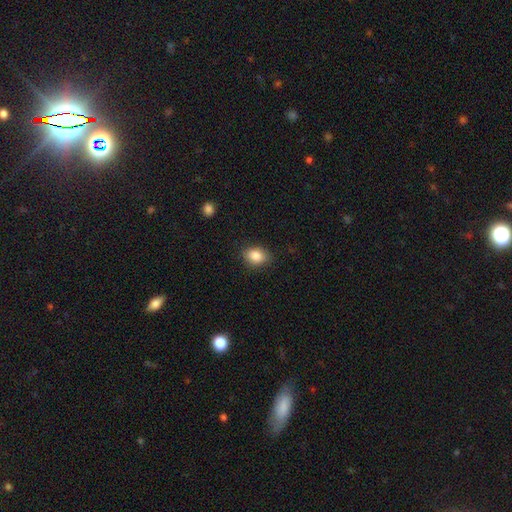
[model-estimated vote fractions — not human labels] Smooth or featured? smooth (86%)
How rounded? in between (67%)
Merging? none (84%)